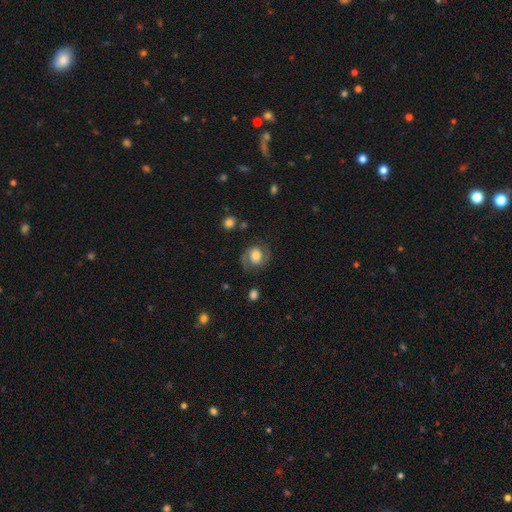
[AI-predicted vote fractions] Overall: featured or disk (63%; smooth 29%). Edge-on disk: no (98%). Bar: no (58%; weak 32%). Spiral arms: yes (90%). Spiral arm count: 2 (90%). Spiral winding: medium (51%; tight 31%). Bulge size: moderate (53%; large 30%). Merging: none (77%).